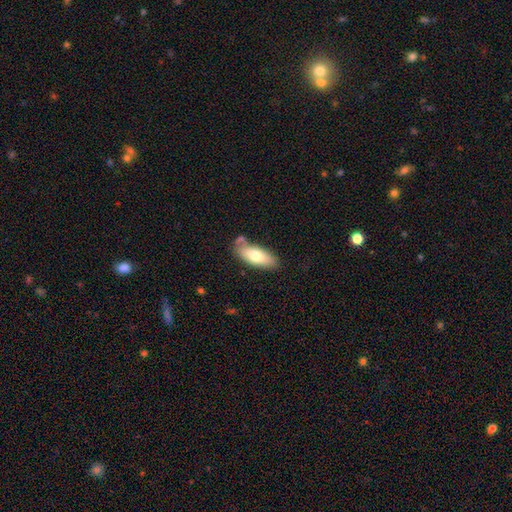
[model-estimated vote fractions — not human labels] This appears to be a smooth galaxy with no disk features (72%) that is in between round and cigar-shaped (82%). Merging: none (66%).